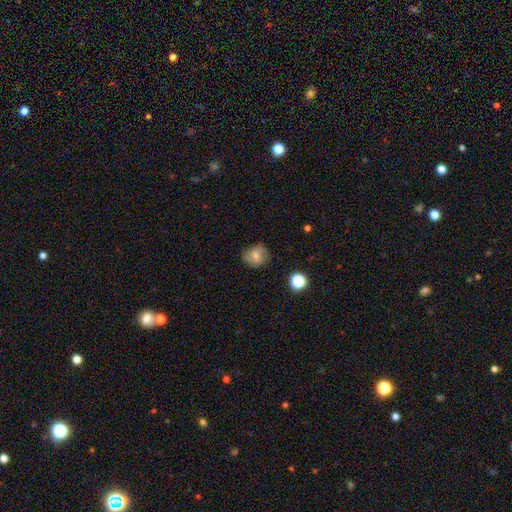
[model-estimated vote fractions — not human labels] This is likely a smooth galaxy (63%). How rounded: likely round (77%). Merging: likely none (73%).